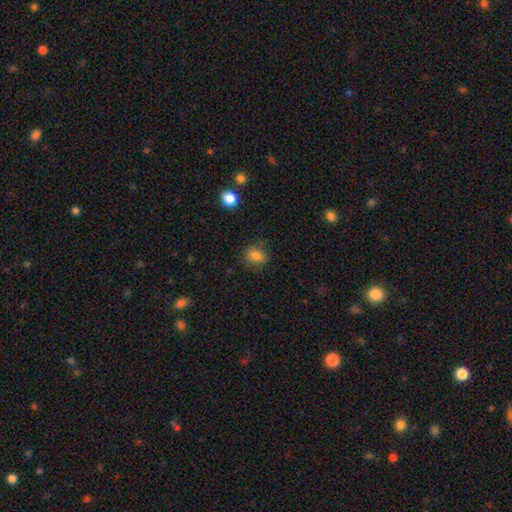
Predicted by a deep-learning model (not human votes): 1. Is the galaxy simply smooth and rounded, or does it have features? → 82% smooth, 11% star or artifact, 7% featured or disk.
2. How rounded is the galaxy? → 60% round, 39% in between, 1% cigar-shaped.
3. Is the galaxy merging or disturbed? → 79% none, 15% minor disturbance, 4% major disturbance, 2% merger.